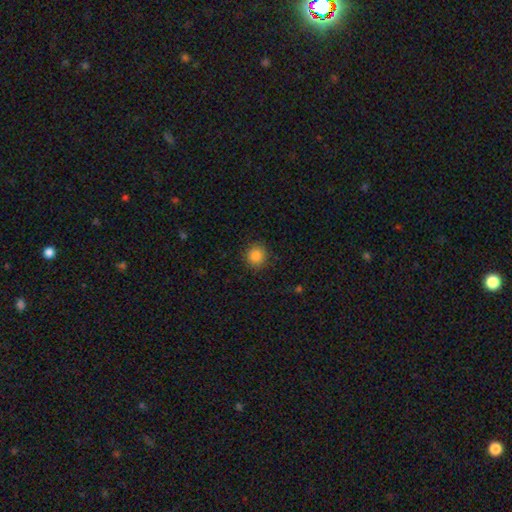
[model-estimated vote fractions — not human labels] Overall: smooth (86%). How rounded: round (92%). Merging: none (89%).